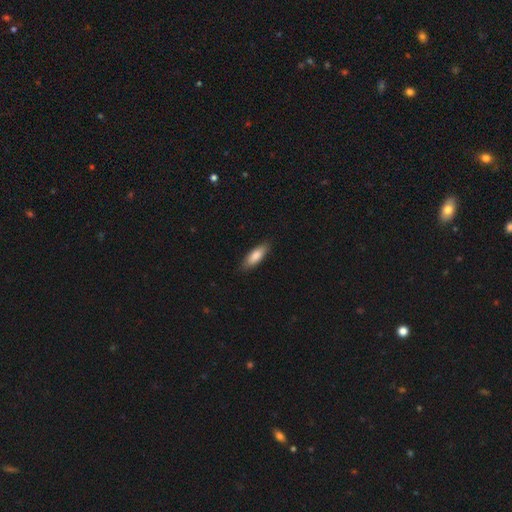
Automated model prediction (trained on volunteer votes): Smooth or featured: smooth — 82% (featured or disk — 12%)
How rounded: in between — 61% (cigar-shaped — 38%)
Merging: none — 85% (minor disturbance — 12%)